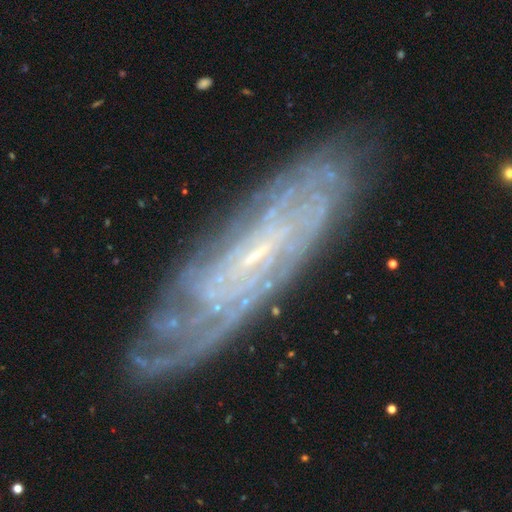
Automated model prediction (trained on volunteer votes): Smooth or featured? Predicted: featured or disk (p=0.81). Edge-on disk? Predicted: no (p=0.78). Bar? Predicted: no (p=0.50). Spiral arms? Predicted: yes (p=0.93). Spiral winding? Predicted: tight (p=0.74). Spiral arm count? Predicted: can't tell (p=0.52). Bulge size? Predicted: small (p=0.80). Merging? Predicted: none (p=0.80).